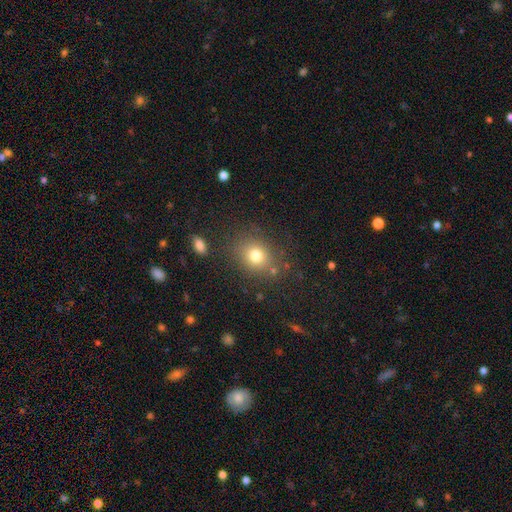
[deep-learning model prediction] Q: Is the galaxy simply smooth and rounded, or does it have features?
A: smooth — 77%.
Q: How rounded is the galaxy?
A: round — 67%.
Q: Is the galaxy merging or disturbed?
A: none — 79%.